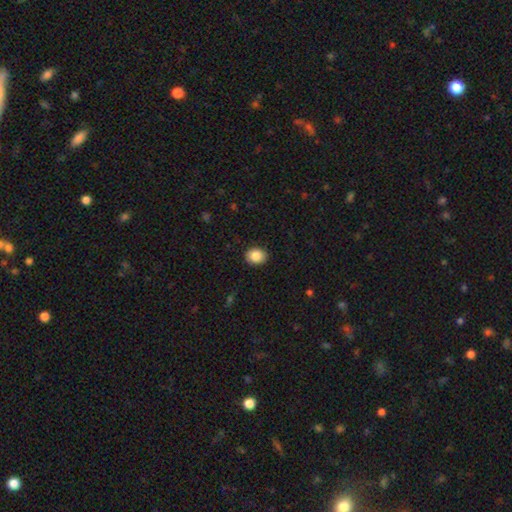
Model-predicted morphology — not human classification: This is clearly a smooth galaxy (87%). How rounded: possibly round (51%). Merging: clearly none (90%).